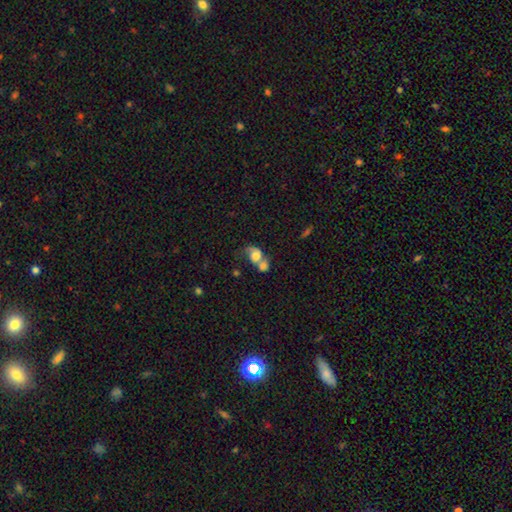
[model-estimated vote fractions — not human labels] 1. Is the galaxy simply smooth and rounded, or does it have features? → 55% smooth, 35% featured or disk, 10% star or artifact.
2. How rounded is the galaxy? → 52% in between, 47% round, 2% cigar-shaped.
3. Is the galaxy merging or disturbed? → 68% merger, 14% none, 10% major disturbance, 8% minor disturbance.